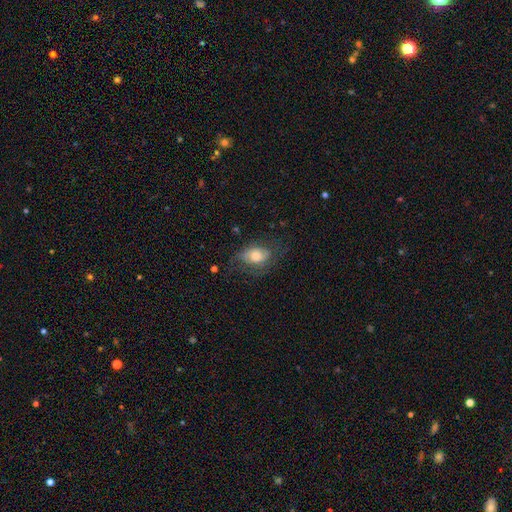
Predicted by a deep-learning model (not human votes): A featured or disk galaxy (45%, tied with smooth). Merging: none (54%).